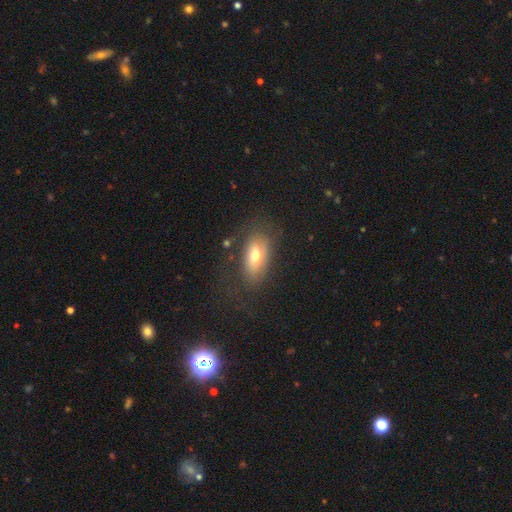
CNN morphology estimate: Smooth or featured?
  - smooth: 63% *
  - featured or disk: 28%
  - star or artifact: 9%
How rounded?
  - in between: 88% *
  - round: 6%
  - cigar-shaped: 6%
Merging?
  - none: 67% *
  - minor disturbance: 18%
  - major disturbance: 12%
  - merger: 2%